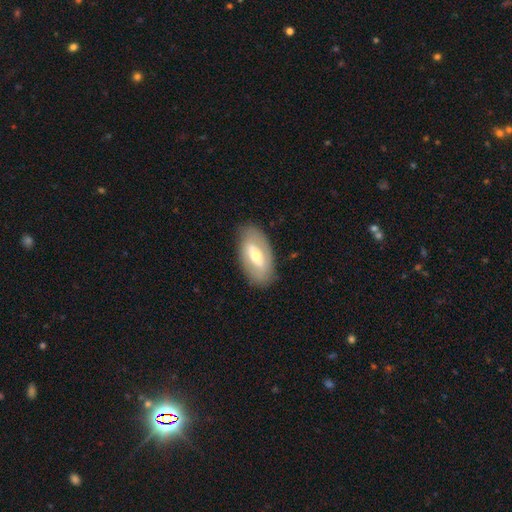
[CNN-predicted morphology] type=featured or disk (53%); edge-on=no (84%); merging=none (83%).